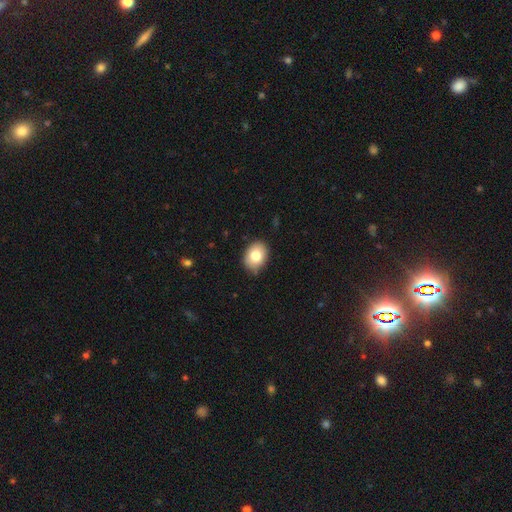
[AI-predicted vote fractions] Morphology: type=smooth (80%); roundness=in between (66%); merging=none (84%).